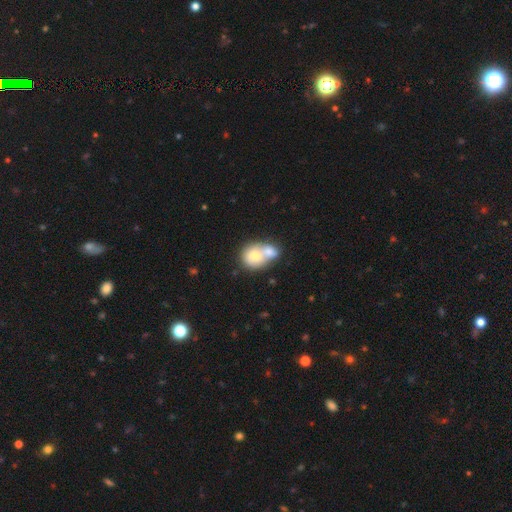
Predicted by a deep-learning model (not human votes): This is likely a smooth galaxy (71%). How rounded: likely round (63%). Merging: likely merger (70%).